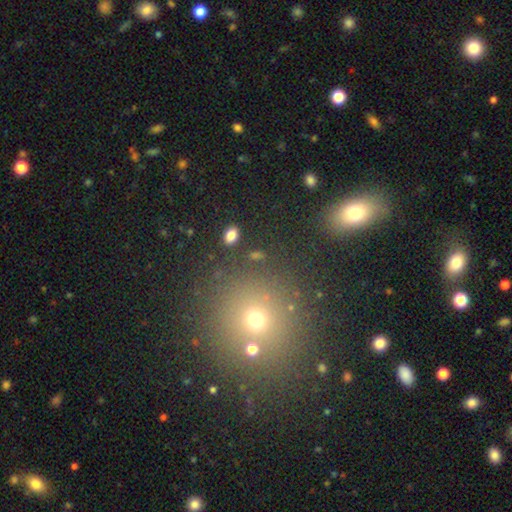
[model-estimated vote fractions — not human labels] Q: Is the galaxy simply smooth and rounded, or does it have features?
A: smooth — 64%.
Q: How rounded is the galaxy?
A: round — 59%.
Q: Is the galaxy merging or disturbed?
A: none — 83%.